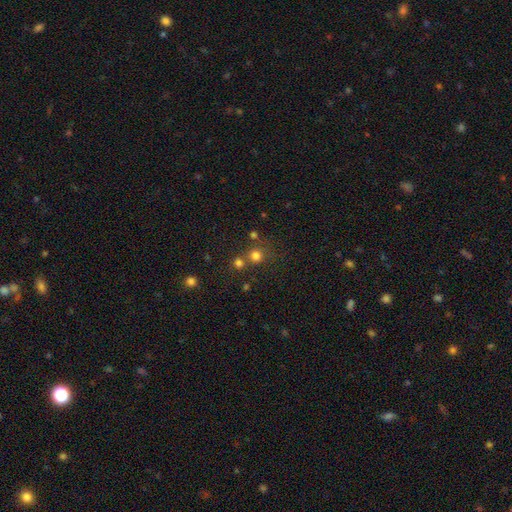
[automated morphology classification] A smooth galaxy with no disk features (75%) that is round (91%).

Vote fractions:
- Smooth or featured? smooth: 75% / star or artifact: 19% / featured or disk: 7%
- How rounded? round: 91% / in between: 8% / cigar-shaped: 1%
- Merging? none: 63% / merger: 26% / minor disturbance: 7% / major disturbance: 4%